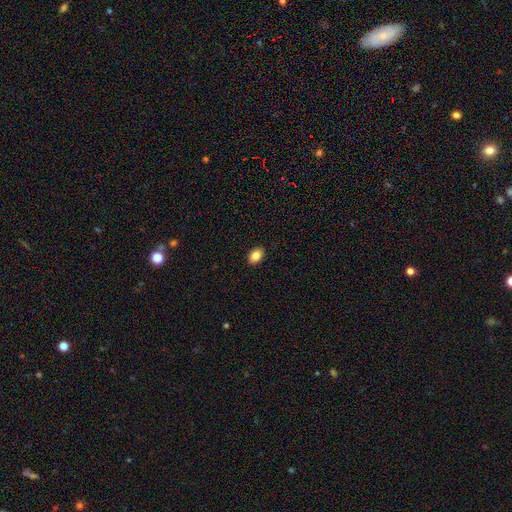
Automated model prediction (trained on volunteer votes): Smooth or featured: smooth — 86% (star or artifact — 8%)
How rounded: in between — 80% (round — 19%)
Merging: none — 90% (minor disturbance — 7%)